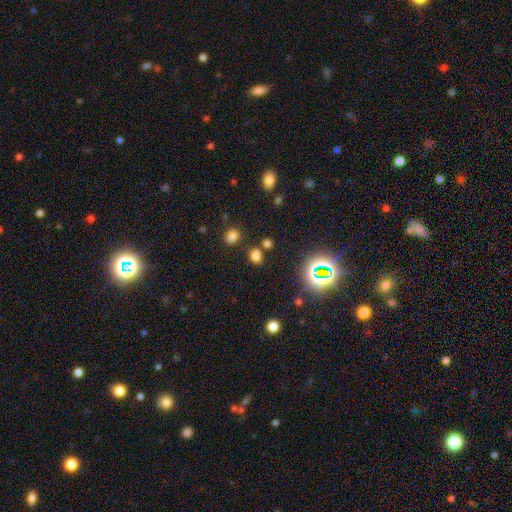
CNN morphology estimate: Smooth or featured?
  - smooth: 64% *
  - star or artifact: 30%
  - featured or disk: 6%
How rounded?
  - round: 54% *
  - in between: 44%
  - cigar-shaped: 2%
Merging?
  - none: 71% *
  - merger: 14%
  - minor disturbance: 11%
  - major disturbance: 5%